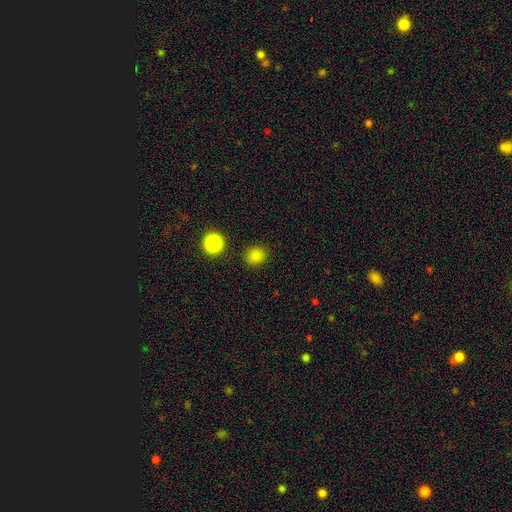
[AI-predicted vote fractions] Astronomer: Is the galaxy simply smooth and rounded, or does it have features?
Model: smooth — 81%.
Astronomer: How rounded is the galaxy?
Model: round — 85%.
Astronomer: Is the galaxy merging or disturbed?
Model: none — 88%.